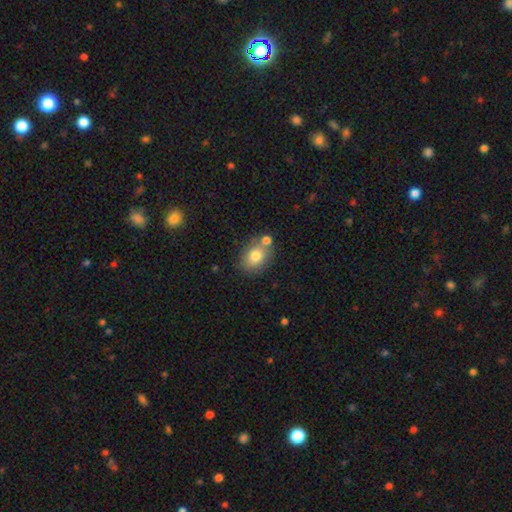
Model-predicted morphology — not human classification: A smooth galaxy with no disk features (77%) that is in between round and cigar-shaped (67%). Merging: none (64%).